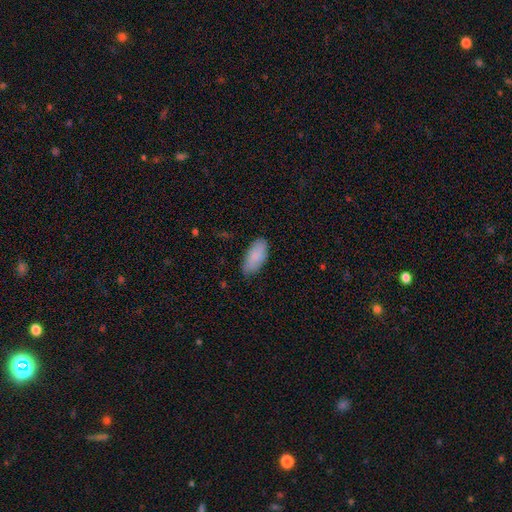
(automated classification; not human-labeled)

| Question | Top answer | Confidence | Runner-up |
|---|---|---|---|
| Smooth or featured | smooth | 86% | featured or disk (8%) |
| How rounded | in between | 91% | cigar-shaped (7%) |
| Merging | none | 79% | minor disturbance (17%) |